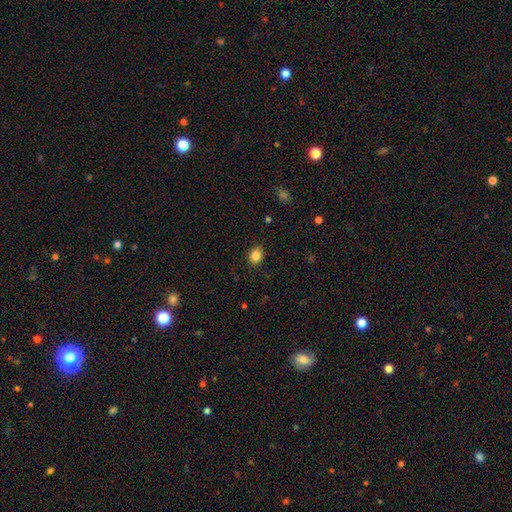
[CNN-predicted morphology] smooth-or-featured: smooth: 85% | star or artifact: 10% | featured or disk: 5%
  how-rounded: in between: 55% | round: 44% | cigar-shaped: 1%
  merging: none: 88% | minor disturbance: 9% | major disturbance: 2% | merger: 1%